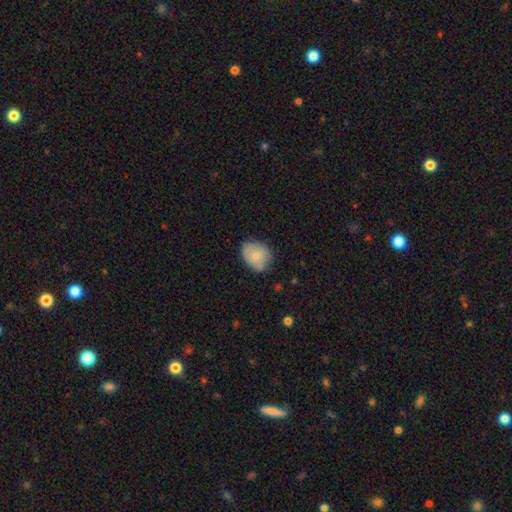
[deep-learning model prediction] A smooth galaxy with no disk features (76%) that is in between round and cigar-shaped (51%). Merging: none (66%).